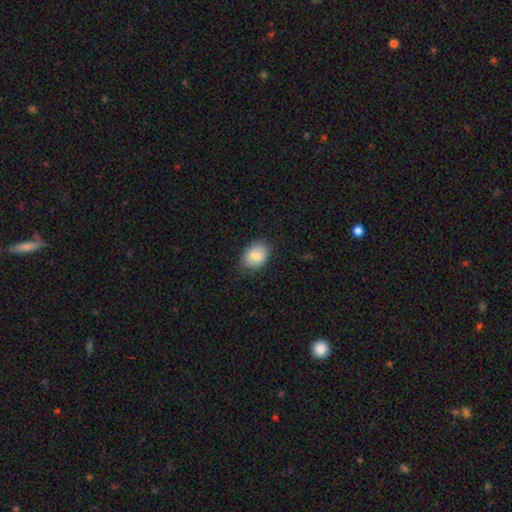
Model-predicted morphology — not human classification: type=smooth (81%); roundness=in between (64%); merging=none (80%).